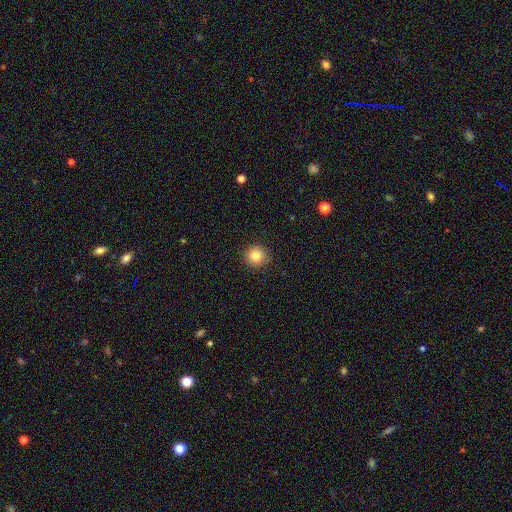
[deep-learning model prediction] smooth_or_featured: smooth (p=0.83) [alt: star or artifact p=0.11]
how_rounded: round (p=0.95) [alt: in between p=0.04]
merging: none (p=0.92) [alt: minor disturbance p=0.05]